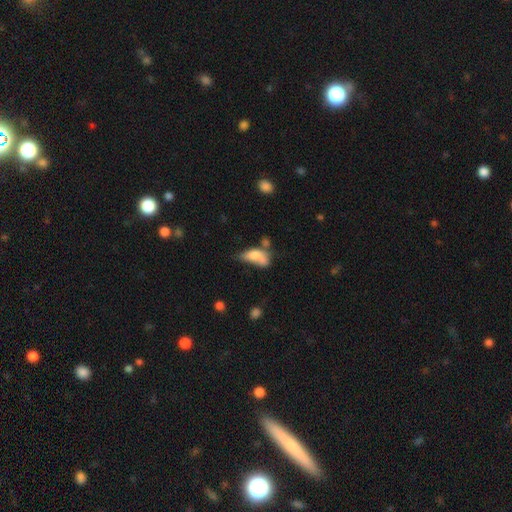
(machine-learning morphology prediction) smooth_or_featured: smooth (p=0.67) [alt: featured or disk p=0.24]
how_rounded: in between (p=0.82) [alt: cigar-shaped p=0.12]
merging: merger (p=0.38) [alt: none p=0.21]